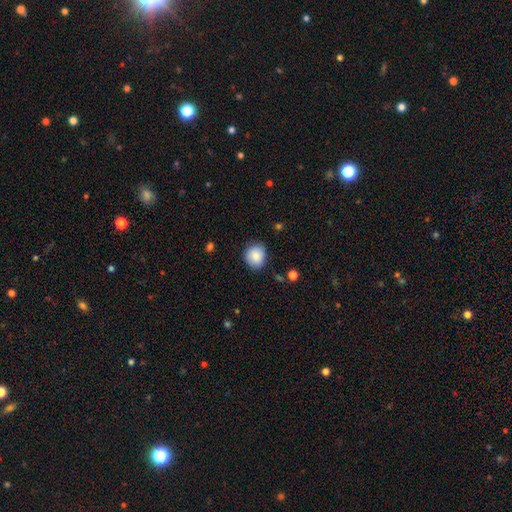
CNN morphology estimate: Smooth or featured: smooth — 83% (featured or disk — 9%)
How rounded: round — 74% (in between — 25%)
Merging: none — 81% (minor disturbance — 15%)